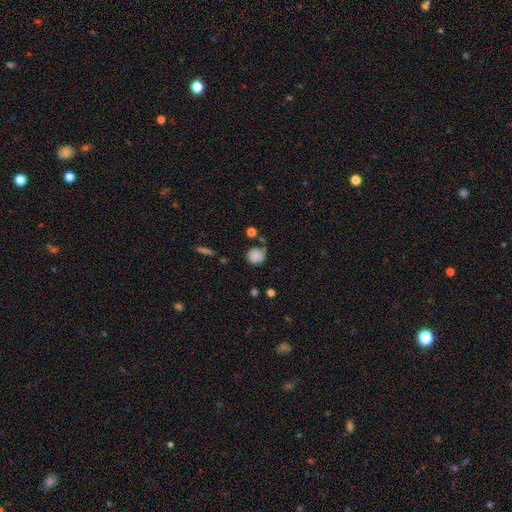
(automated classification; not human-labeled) A smooth galaxy with no disk features (82%) that is round (87%).

Vote fractions:
- Smooth or featured? smooth: 82% / star or artifact: 10% / featured or disk: 9%
- How rounded? round: 87% / in between: 11% / cigar-shaped: 1%
- Merging? none: 57% / minor disturbance: 26% / major disturbance: 9% / merger: 8%